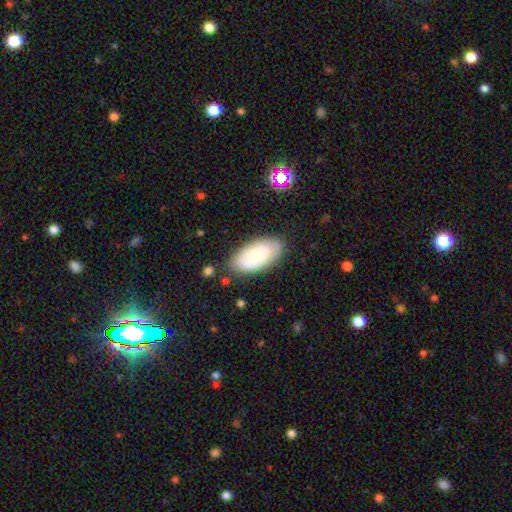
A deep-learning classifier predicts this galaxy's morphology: Smooth or featured: smooth — 71% (featured or disk — 21%)
How rounded: in between — 94% (cigar-shaped — 4%)
Merging: none — 81% (minor disturbance — 14%)